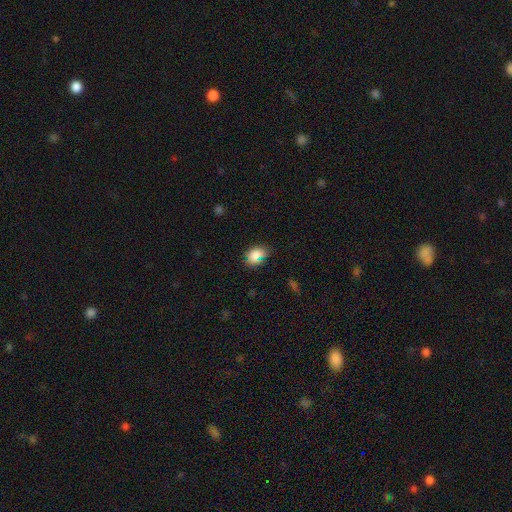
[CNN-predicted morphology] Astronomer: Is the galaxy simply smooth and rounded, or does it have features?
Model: smooth — 79%.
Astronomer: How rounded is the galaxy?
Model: in between — 63%.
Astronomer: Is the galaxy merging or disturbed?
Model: none — 71%.